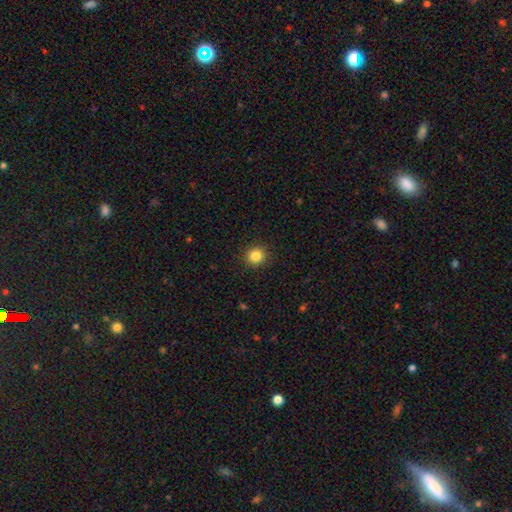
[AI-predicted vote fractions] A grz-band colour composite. It shows a smooth galaxy with no disk features (85%) that is round (90%). Merging: none (91%).